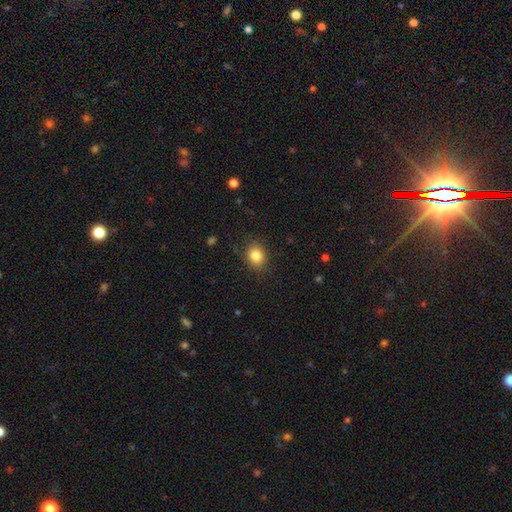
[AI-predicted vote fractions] Smooth or featured? Predicted: smooth (p=0.84). How rounded? Predicted: round (p=0.55). Merging? Predicted: none (p=0.85).